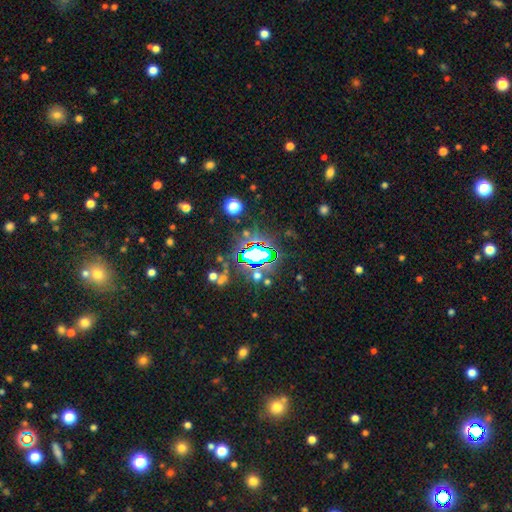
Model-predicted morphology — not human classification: Smooth or featured? Predicted: star or artifact (p=0.70).